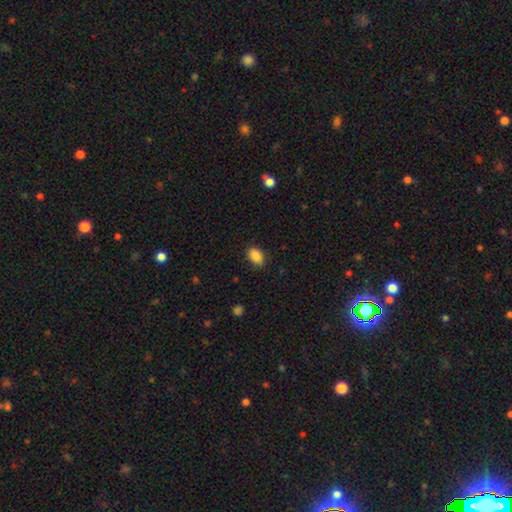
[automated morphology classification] A smooth galaxy with no disk features (88%) that is in between round and cigar-shaped (84%). Merging: none (84%).